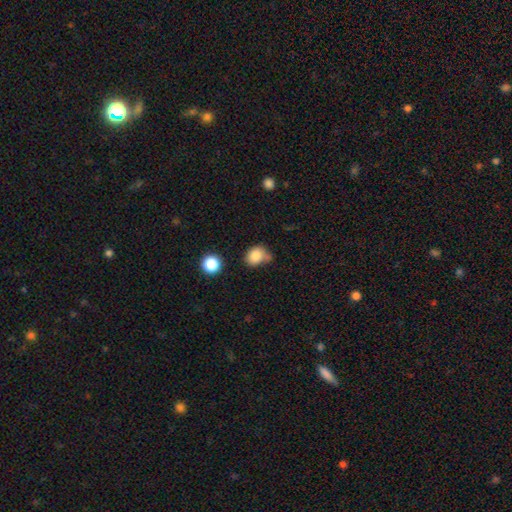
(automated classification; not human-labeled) This appears to be a smooth galaxy with no disk features (84%) that is round (50%). Merging: none (50%).